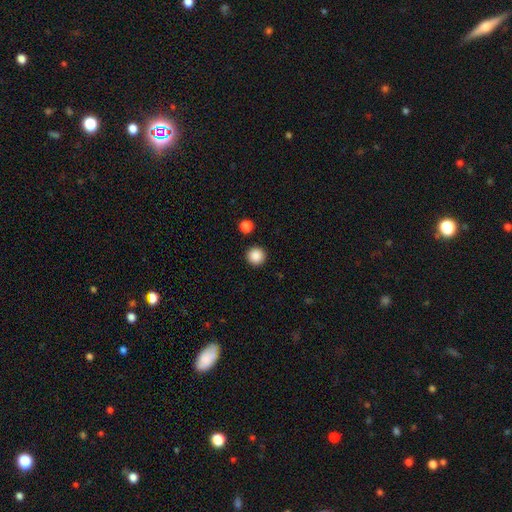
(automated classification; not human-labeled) The model was most divided on "smooth or featured": smooth: 88%, star or artifact: 9%, featured or disk: 3%. More confident: how rounded — round (96%); merging — none (92%).